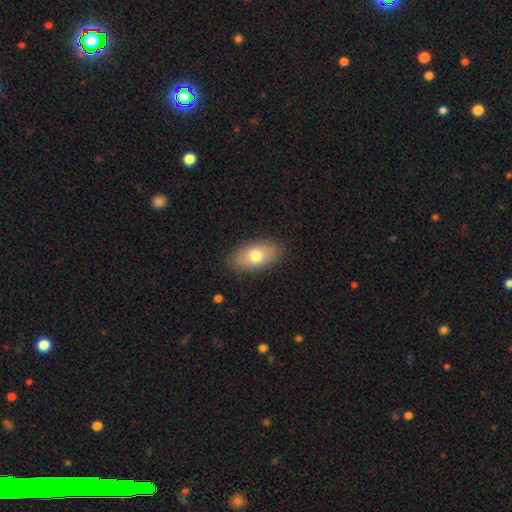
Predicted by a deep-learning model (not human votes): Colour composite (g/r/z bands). It shows a smooth galaxy with no disk features (74%) that is in between round and cigar-shaped (91%). Merging: none (86%).